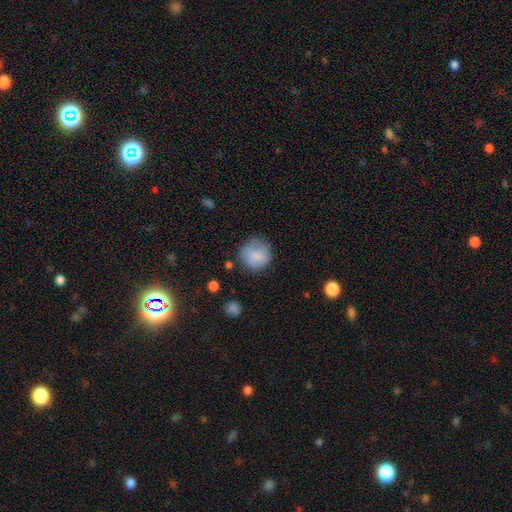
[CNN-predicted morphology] Q: Smooth or featured?
A: smooth (80%); runner-up: featured or disk (13%)
Q: How rounded?
A: round (90%); runner-up: in between (9%)
Q: Merging?
A: none (72%); runner-up: minor disturbance (19%)